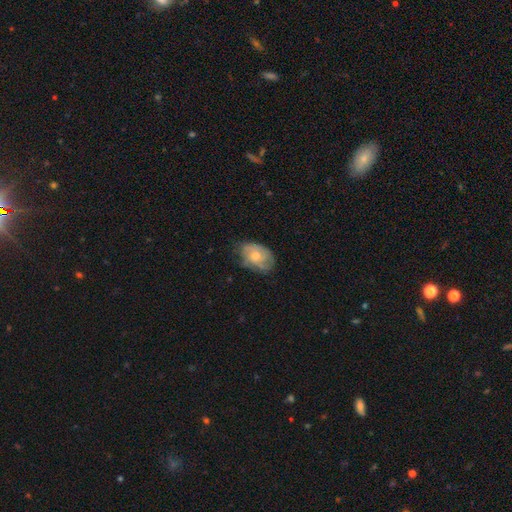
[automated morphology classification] This appears to be a featured or disk galaxy (48%). Merging: none (59%).